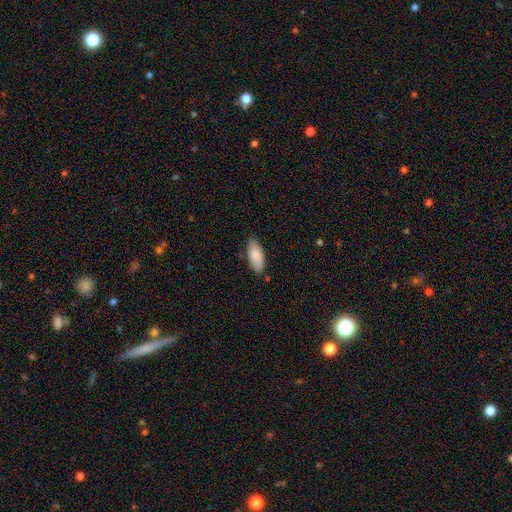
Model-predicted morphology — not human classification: A smooth galaxy with no disk features (87%) that is in between round and cigar-shaped (83%).

Vote fractions:
- Smooth or featured? smooth: 87% / featured or disk: 7% / star or artifact: 6%
- How rounded? in between: 83% / cigar-shaped: 15% / round: 2%
- Merging? none: 78% / minor disturbance: 17% / major disturbance: 3% / merger: 2%